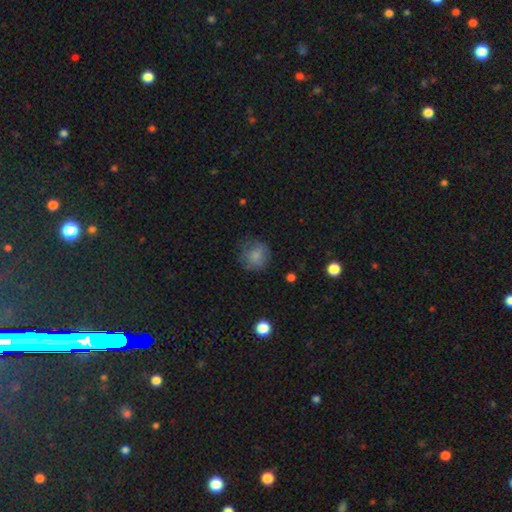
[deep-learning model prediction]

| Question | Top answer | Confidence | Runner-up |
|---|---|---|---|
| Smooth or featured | smooth | 76% | featured or disk (14%) |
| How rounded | round | 85% | in between (14%) |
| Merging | none | 66% | minor disturbance (22%) |